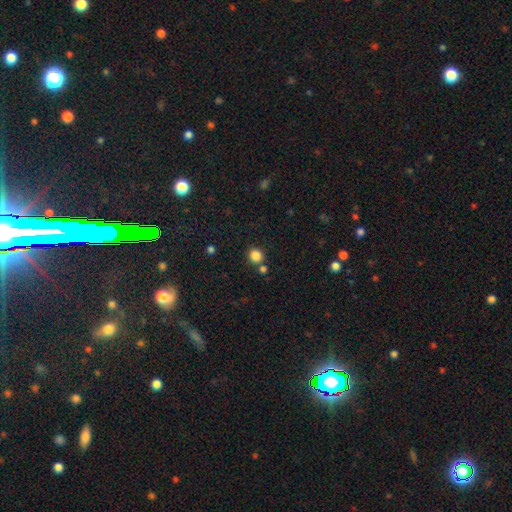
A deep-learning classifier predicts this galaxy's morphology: Smooth or featured? smooth (85%)
How rounded? round (89%)
Merging? none (78%)